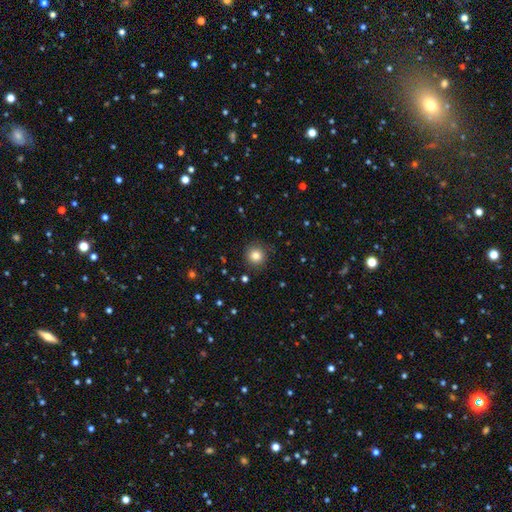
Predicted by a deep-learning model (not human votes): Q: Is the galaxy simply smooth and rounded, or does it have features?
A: smooth — 82%.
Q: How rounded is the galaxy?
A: round — 94%.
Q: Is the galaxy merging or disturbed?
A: none — 89%.